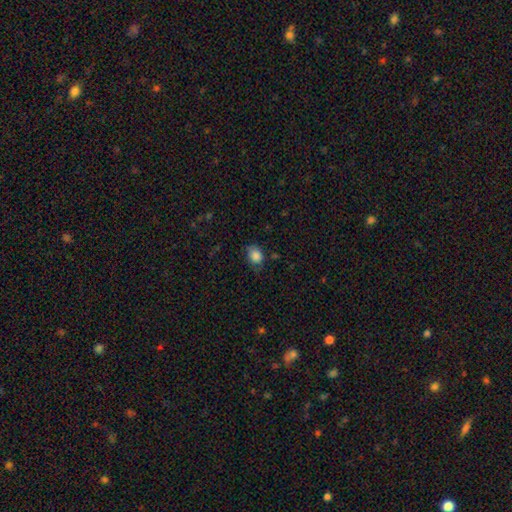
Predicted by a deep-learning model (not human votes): The model was most divided on "how rounded": in between: 62%, round: 37%, cigar-shaped: 1%. More confident: smooth or featured — smooth (85%); merging — none (62%).